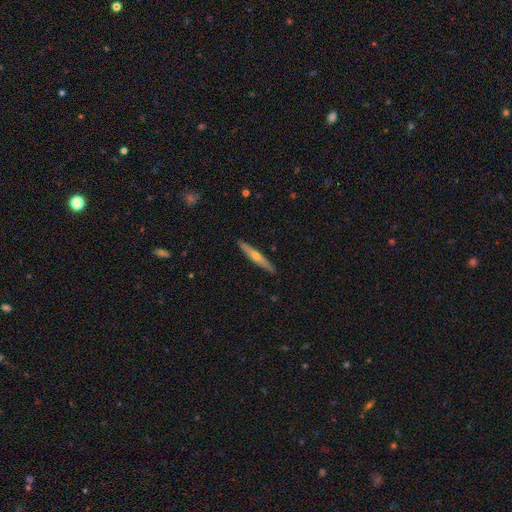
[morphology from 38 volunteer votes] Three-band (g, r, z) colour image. It shows a featured or disk galaxy (61%) viewed edge-on (91%) with a rounded central bulge (71%). Merging: none (94%).